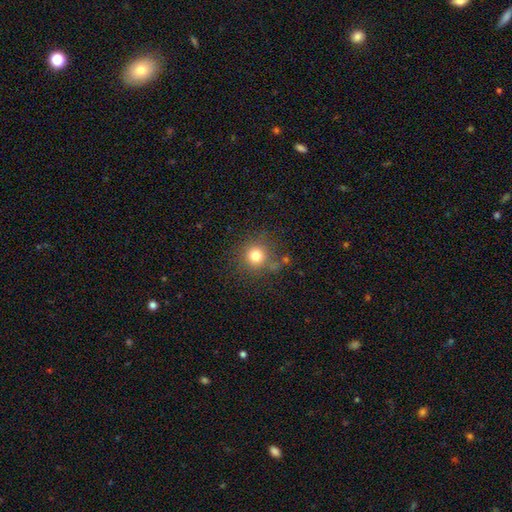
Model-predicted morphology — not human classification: The model was most divided on "smooth or featured": smooth: 79%, star or artifact: 14%, featured or disk: 7%. More confident: how rounded — round (93%); merging — none (80%).